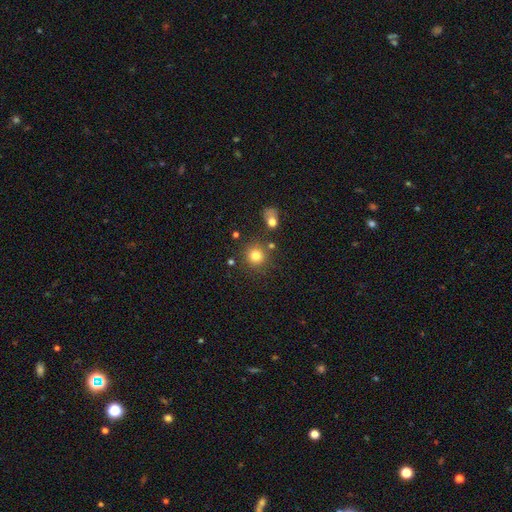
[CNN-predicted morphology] A smooth galaxy with no disk features (79%) that is round (91%).

Vote fractions:
- Smooth or featured? smooth: 79% / star or artifact: 13% / featured or disk: 7%
- How rounded? round: 91% / in between: 8% / cigar-shaped: 1%
- Merging? none: 79% / minor disturbance: 9% / merger: 8% / major disturbance: 4%